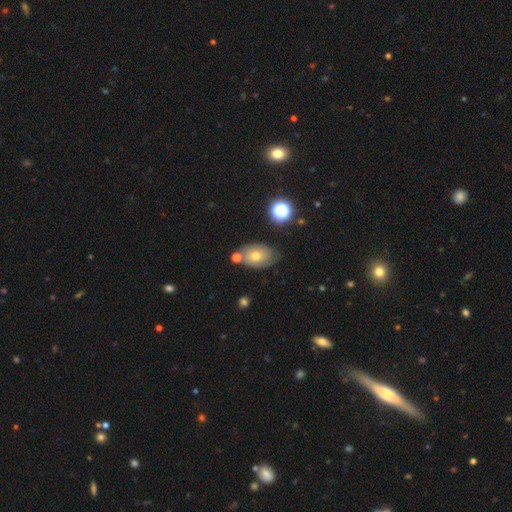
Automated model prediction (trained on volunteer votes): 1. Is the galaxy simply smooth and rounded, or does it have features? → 62% smooth, 26% featured or disk, 12% star or artifact.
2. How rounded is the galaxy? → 80% in between, 19% round, 1% cigar-shaped.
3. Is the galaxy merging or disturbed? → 66% none, 19% minor disturbance, 10% merger, 5% major disturbance.